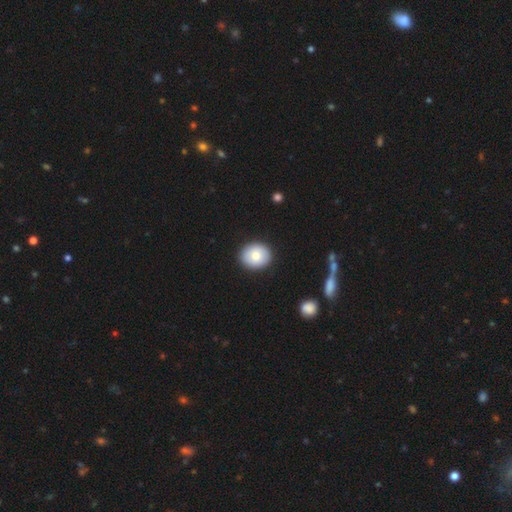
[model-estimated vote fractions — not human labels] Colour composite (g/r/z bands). It shows a smooth galaxy with no disk features (77%) that is round (67%). Merging: none (91%).